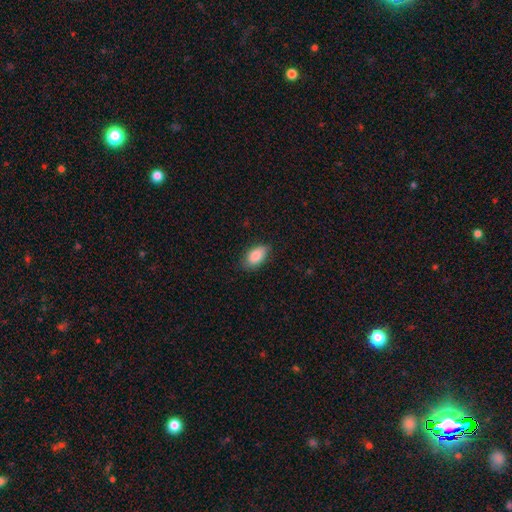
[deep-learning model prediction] smooth_or_featured: smooth (p=0.87) [alt: star or artifact p=0.07]
how_rounded: in between (p=0.91) [alt: round p=0.06]
merging: none (p=0.77) [alt: minor disturbance p=0.19]